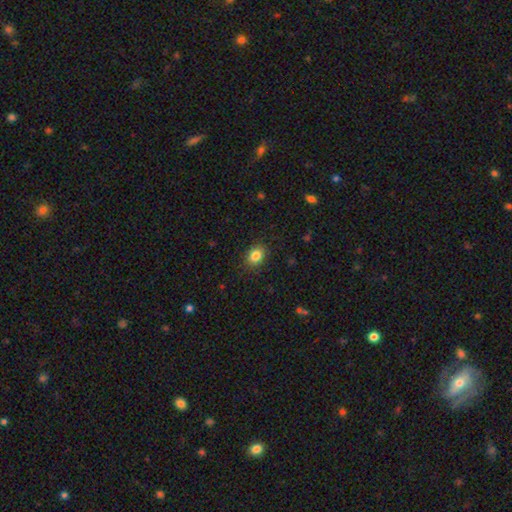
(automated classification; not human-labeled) This is clearly a smooth galaxy (84%). How rounded: possibly in between (57%). Merging: clearly none (88%).